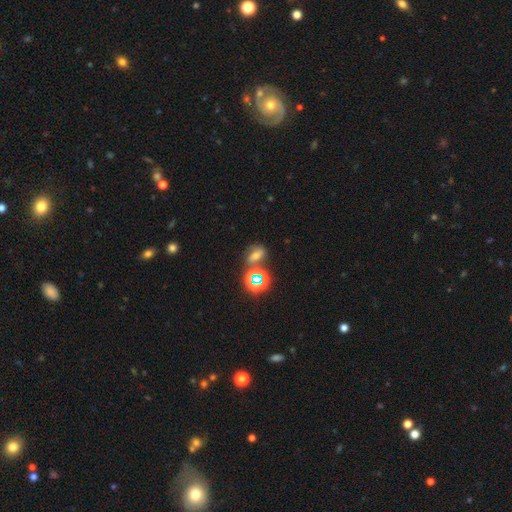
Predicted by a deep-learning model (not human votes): A star or artifact, not a galaxy (38%).